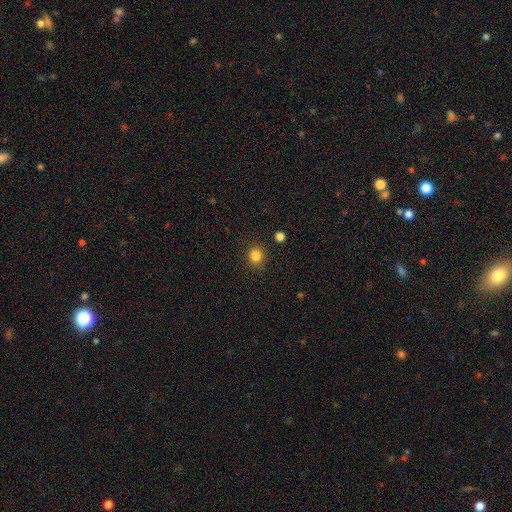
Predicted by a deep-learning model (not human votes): Smooth or featured? smooth (84%)
How rounded? round (90%)
Merging? none (89%)